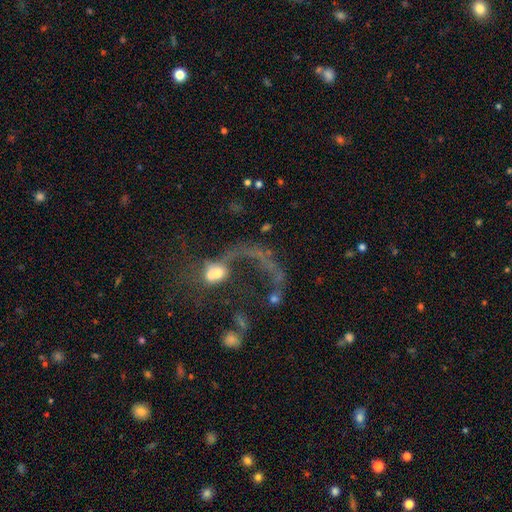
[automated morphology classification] Smooth or featured?
  - featured or disk: 59% *
  - smooth: 21%
  - star or artifact: 20%
Edge-on disk?
  - no: 95% *
  - yes: 5%
Bar?
  - no: 73% *
  - weak: 19%
  - strong: 8%
Spiral arms?
  - yes: 62% *
  - no: 38%
Bulge size?
  - moderate: 43% *
  - small: 25%
  - large: 14%
  - none: 11%
  - dominant: 6%
Merging?
  - major disturbance: 47% *
  - none: 27%
  - merger: 15%
  - minor disturbance: 11%